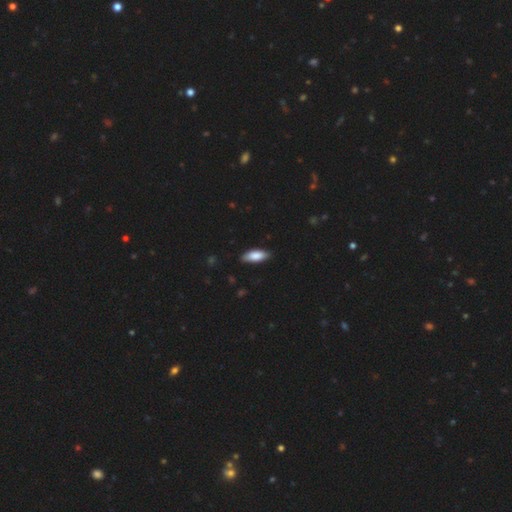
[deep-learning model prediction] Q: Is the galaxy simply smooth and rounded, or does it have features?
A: smooth — 85%.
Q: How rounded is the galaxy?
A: in between — 76%.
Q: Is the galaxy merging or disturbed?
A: none — 83%.